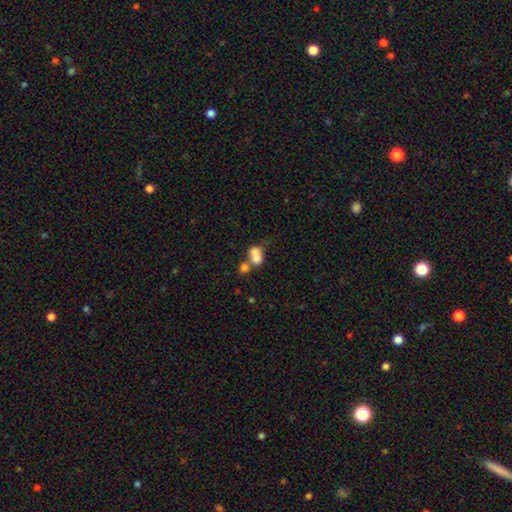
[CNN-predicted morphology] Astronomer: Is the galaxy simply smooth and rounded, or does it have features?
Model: smooth — 68%.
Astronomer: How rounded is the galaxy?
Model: round — 50% (runner-up: in between, 49%).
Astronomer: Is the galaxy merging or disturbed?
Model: merger — 68%.